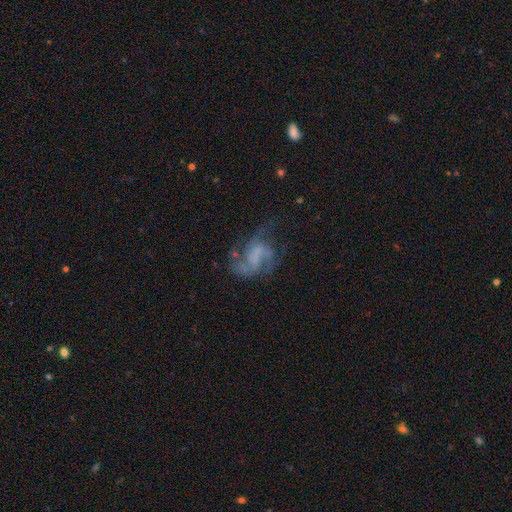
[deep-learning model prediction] smooth-or-featured: featured or disk: 68% | smooth: 20% | star or artifact: 12%
  disk-edge-on: no: 97% | yes: 3%
    bar: no: 56% | weak: 33% | strong: 12%
    has-spiral-arms: yes: 76% | no: 24%
      spiral-winding: loose: 43% | medium: 40% | tight: 17%
      spiral-arm-count: 2: 37% | can't tell: 23% | 3: 23% | 1: 8% | 4: 6% | more than 4: 4%
    bulge-size: none: 65% | small: 13% | moderate: 13% | large: 8% | dominant: 2%
  merging: none: 43% | major disturbance: 34% | minor disturbance: 20% | merger: 4%